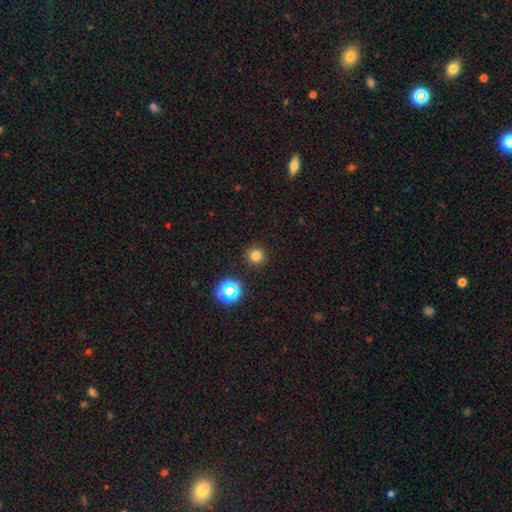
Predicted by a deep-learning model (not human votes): The model was most divided on "smooth or featured": smooth: 75%, star or artifact: 20%, featured or disk: 5%. More confident: how rounded — round (95%); merging — none (90%).